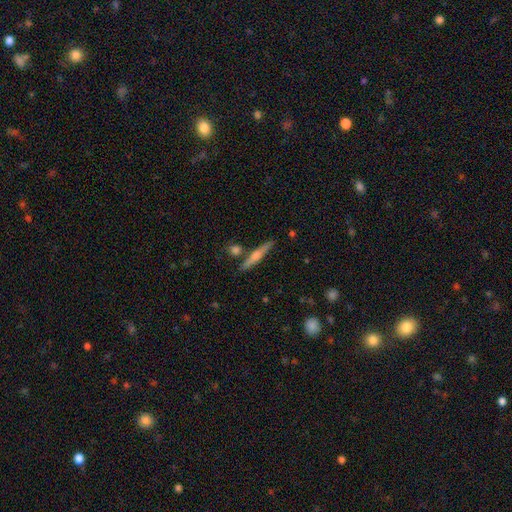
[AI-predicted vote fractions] featured or disk 62%, smooth 32%, star or artifact 6%. Down the decision tree: edge-on disk — yes (97%); edge-on bulge — rounded (82%); merging — none (85%).